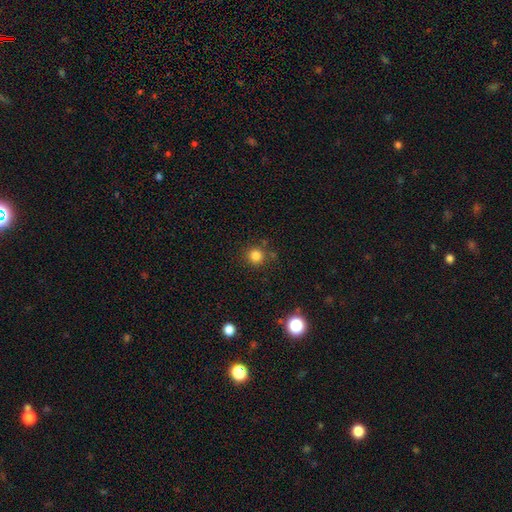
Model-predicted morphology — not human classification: smooth 82%, star or artifact 13%, featured or disk 5%. Down the decision tree: how rounded — round (93%); merging — none (83%).